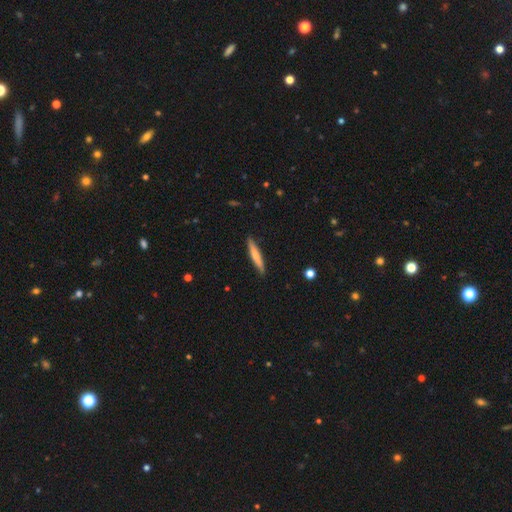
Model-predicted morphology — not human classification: Smooth or featured? smooth (63%)
How rounded? cigar-shaped (93%)
Merging? none (88%)